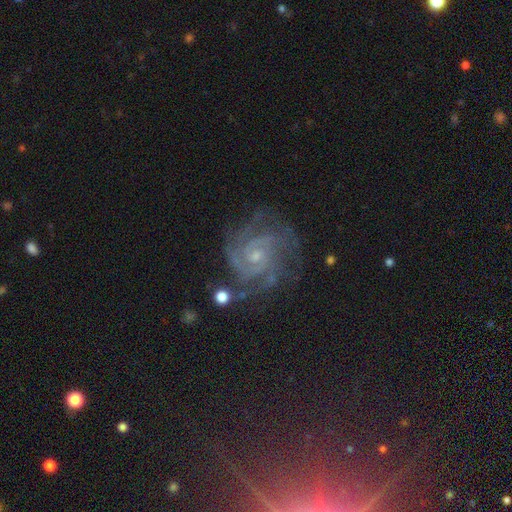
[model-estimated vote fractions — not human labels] featured or disk 88%, star or artifact 7%, smooth 4%. Down the decision tree: edge-on disk — no (98%); bar — no (64%); spiral arms — yes (98%); spiral arm count — 3 (33%); spiral winding — tight (64%); bulge size — small (71%); merging — none (71%).